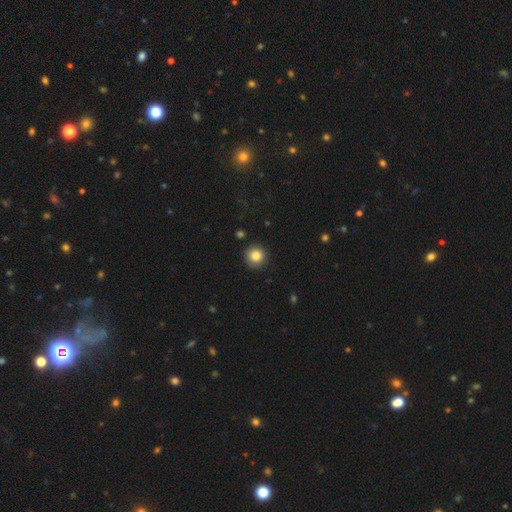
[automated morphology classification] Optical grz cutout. It shows a smooth galaxy with no disk features (84%) that is round (94%). Merging: none (84%).